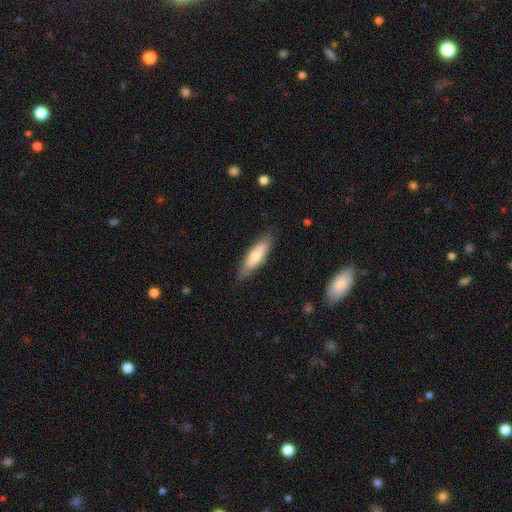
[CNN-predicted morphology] This appears to be a smooth galaxy with no disk features (66%) that is cigar-shaped (55%). Merging: none (82%).